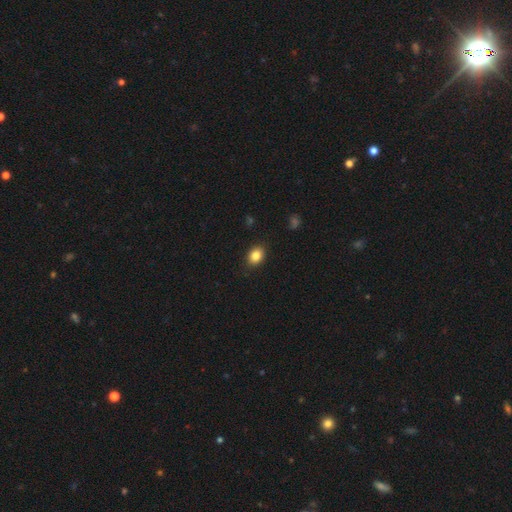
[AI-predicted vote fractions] smooth 84%, star or artifact 9%, featured or disk 6%. Down the decision tree: how rounded — in between (63%); merging — none (88%).